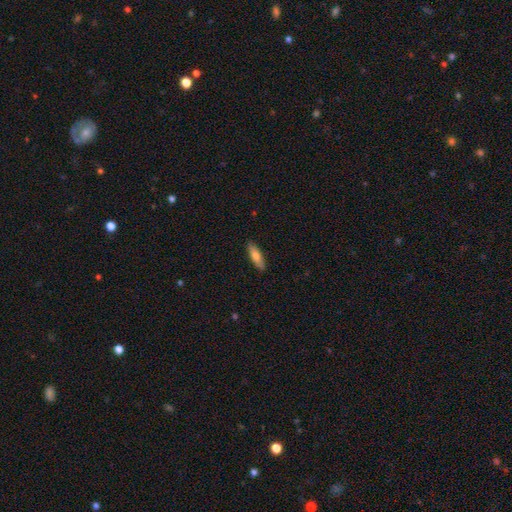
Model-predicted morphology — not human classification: This appears to be a smooth galaxy with no disk features (73%) that is cigar-shaped (57%). Merging: none (89%).